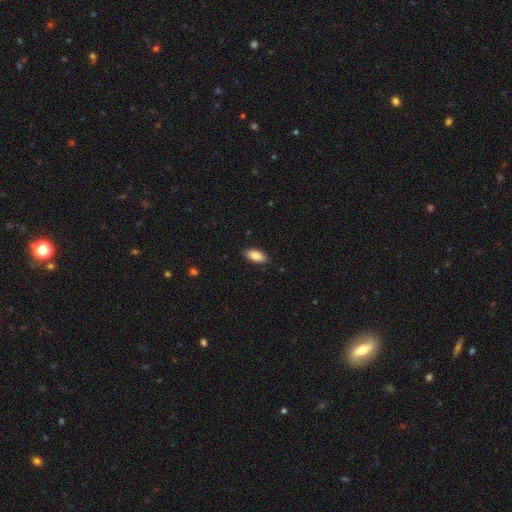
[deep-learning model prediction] Smooth or featured? smooth (88%)
How rounded? in between (89%)
Merging? none (87%)